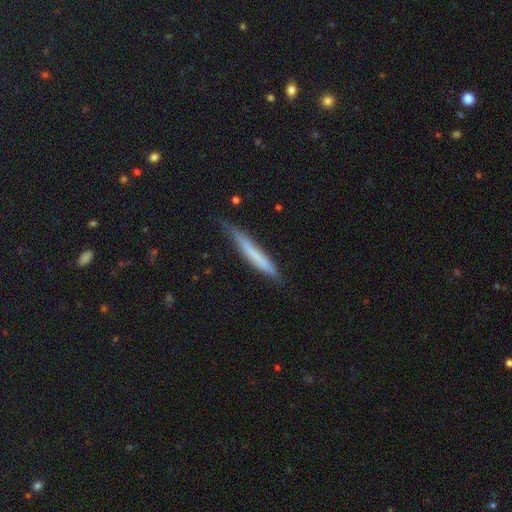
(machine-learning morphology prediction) Smooth or featured? smooth (59%)
How rounded? cigar-shaped (95%)
Merging? none (71%)